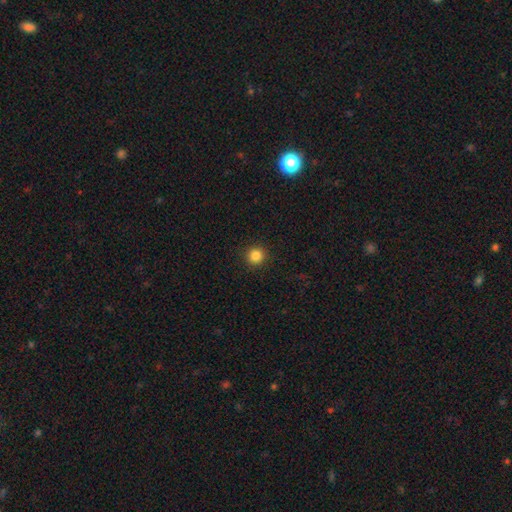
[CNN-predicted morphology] Smooth or featured: smooth — 85% (star or artifact — 11%)
How rounded: round — 95% (in between — 4%)
Merging: none — 92% (minor disturbance — 5%)